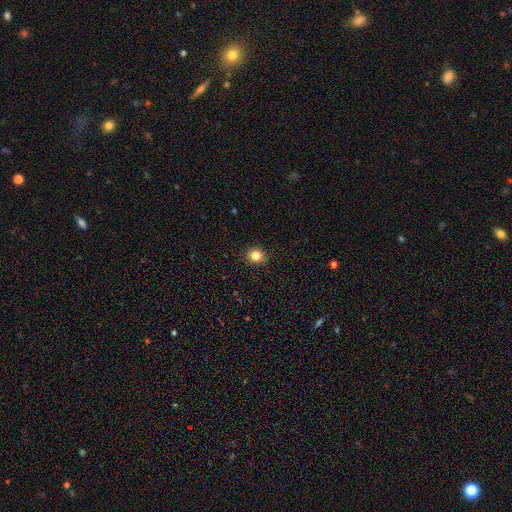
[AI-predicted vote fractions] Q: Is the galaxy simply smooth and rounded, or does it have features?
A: smooth — 83%.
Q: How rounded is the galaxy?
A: round — 83%.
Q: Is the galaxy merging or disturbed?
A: none — 91%.